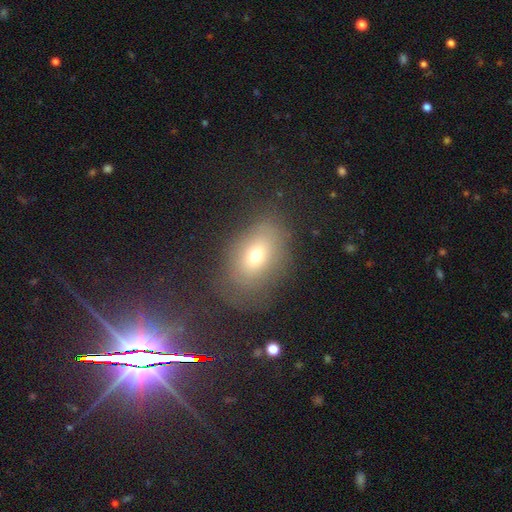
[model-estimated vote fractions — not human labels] Q: Smooth or featured?
A: smooth (63%); runner-up: featured or disk (20%)
Q: How rounded?
A: in between (75%); runner-up: round (23%)
Q: Merging?
A: none (65%); runner-up: minor disturbance (19%)